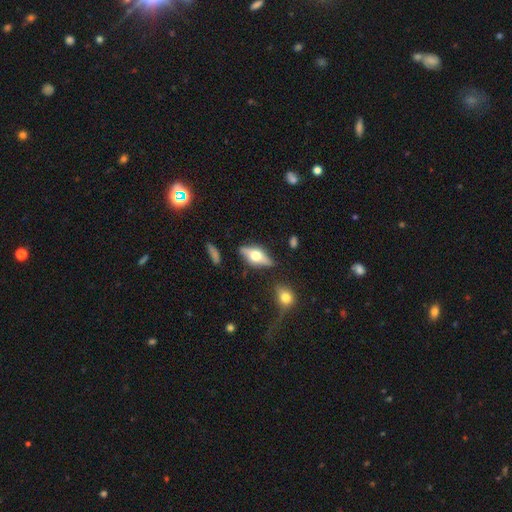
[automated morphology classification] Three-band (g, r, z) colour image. It shows a featured or disk galaxy (53%) viewed edge-on (86%). Merging: none (77%).